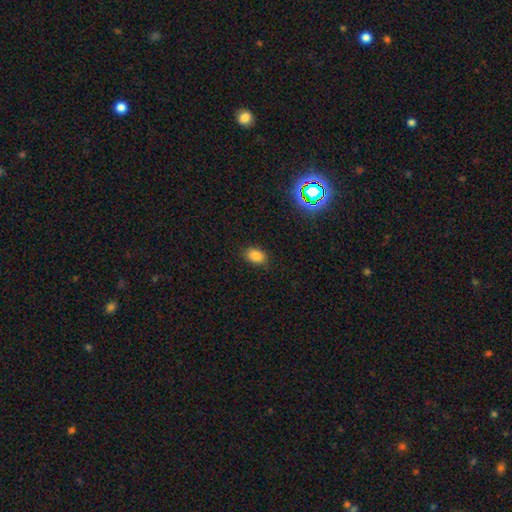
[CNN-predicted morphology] smooth-or-featured: smooth: 84% | star or artifact: 12% | featured or disk: 4%
  how-rounded: in between: 80% | round: 19% | cigar-shaped: 1%
  merging: none: 82% | minor disturbance: 14% | major disturbance: 3% | merger: 1%